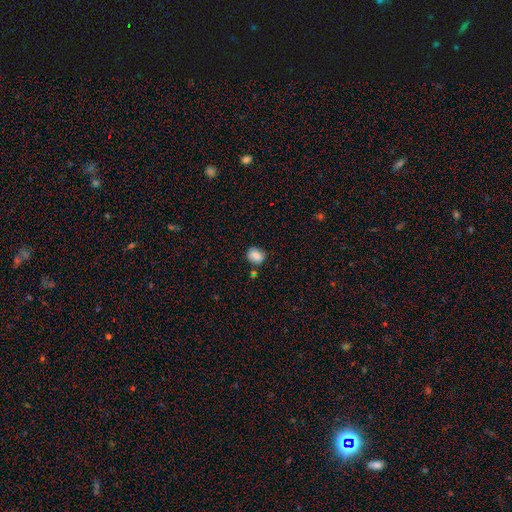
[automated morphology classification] smooth_or_featured: smooth (p=0.82) [alt: star or artifact p=0.09]
how_rounded: round (p=0.56) [alt: in between p=0.43]
merging: none (p=0.67) [alt: minor disturbance p=0.21]